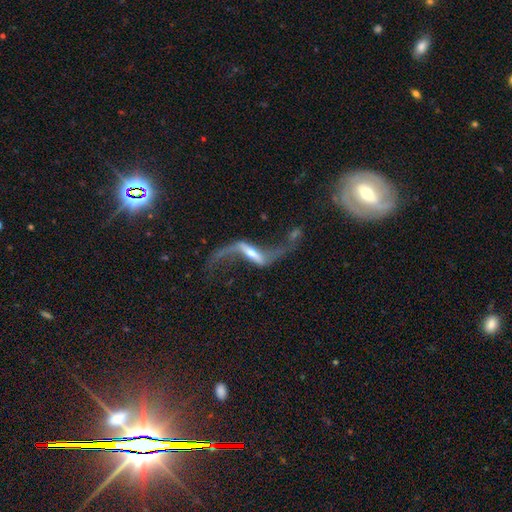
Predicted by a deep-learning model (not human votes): Smooth or featured: featured or disk — 88% (star or artifact — 7%)
Edge-on disk: no — 88% (yes — 12%)
Bar: strong — 51% (weak — 33%)
Spiral arms: yes — 94% (no — 6%)
Spiral winding: loose — 94% (medium — 4%)
Spiral arm count: 2 — 93% (1 — 3%)
Bulge size: small — 52% (moderate — 35%)
Merging: none — 55% (major disturbance — 19%)